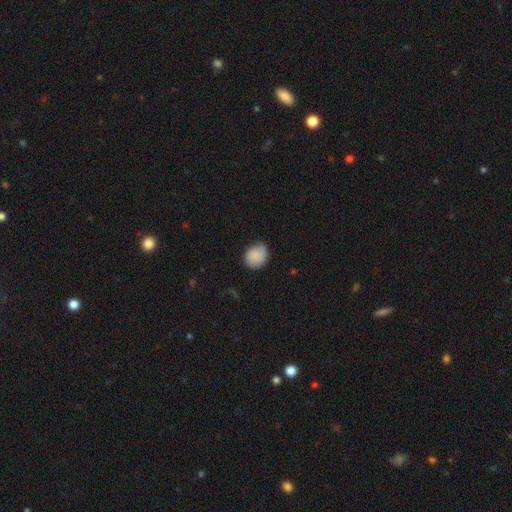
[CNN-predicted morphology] This is clearly a smooth galaxy (85%). How rounded: likely round (63%). Merging: likely none (75%).